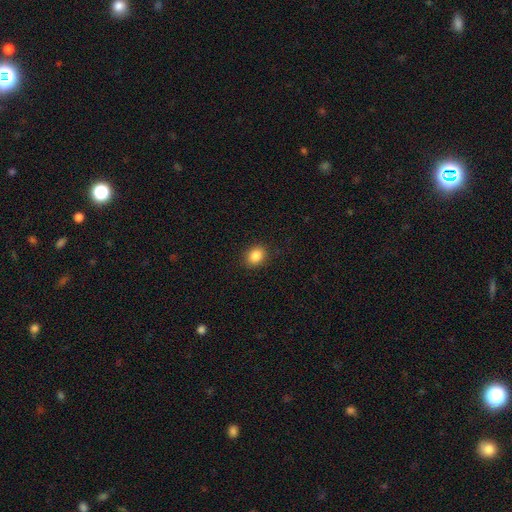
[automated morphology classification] type=smooth (86%); roundness=in between (53%); merging=none (89%).